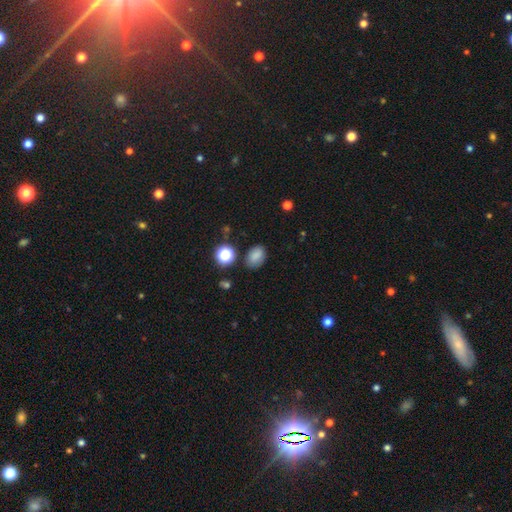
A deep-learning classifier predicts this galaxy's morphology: Smooth or featured? smooth (81%)
How rounded? in between (78%)
Merging? none (79%)